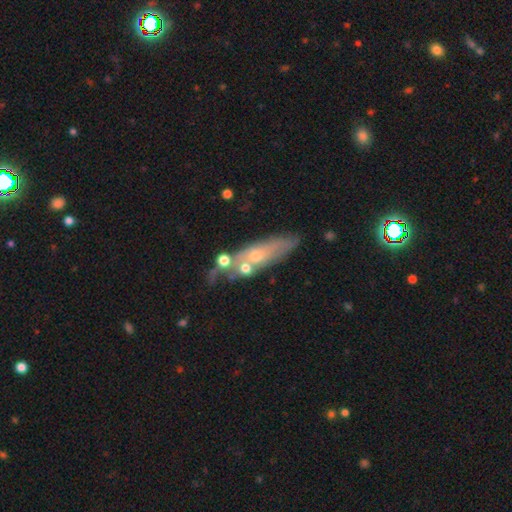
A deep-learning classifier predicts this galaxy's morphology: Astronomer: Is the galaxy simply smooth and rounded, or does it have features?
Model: featured or disk — 51% (runner-up: smooth, 37%).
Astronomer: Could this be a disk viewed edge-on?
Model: no — 56% (runner-up: yes, 44%).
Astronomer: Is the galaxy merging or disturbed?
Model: none — 54%.